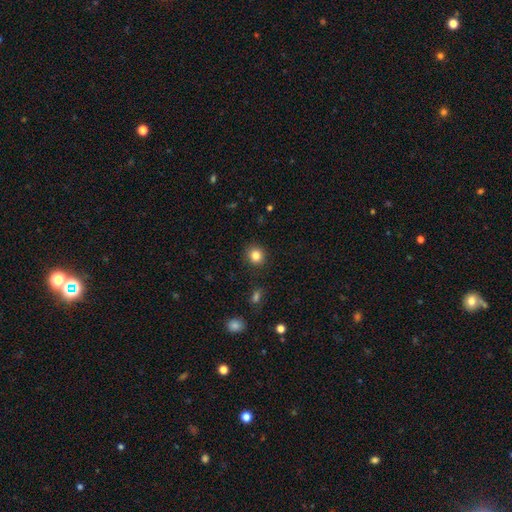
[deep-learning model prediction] smooth 84%, star or artifact 11%, featured or disk 5%. Down the decision tree: how rounded — round (89%); merging — none (90%).